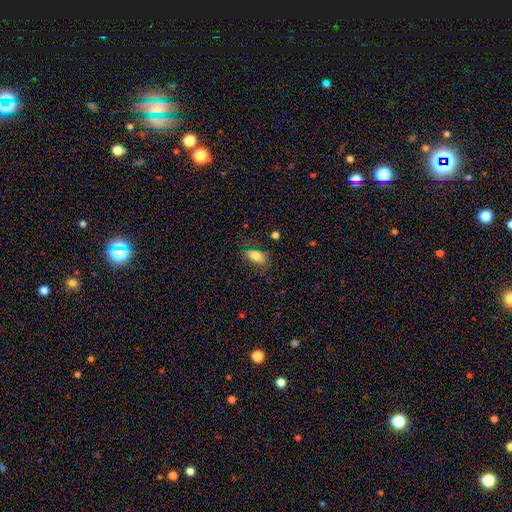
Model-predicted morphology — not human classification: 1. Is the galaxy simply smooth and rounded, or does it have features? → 78% smooth, 13% featured or disk, 9% star or artifact.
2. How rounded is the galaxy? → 88% in between, 6% cigar-shaped, 5% round.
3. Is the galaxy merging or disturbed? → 73% none, 18% minor disturbance, 7% major disturbance, 2% merger.